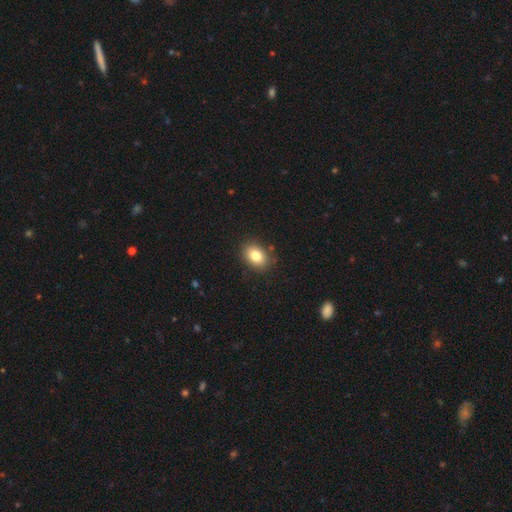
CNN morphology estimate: This appears to be a smooth galaxy with no disk features (82%) that is in between round and cigar-shaped (74%). Merging: none (86%).